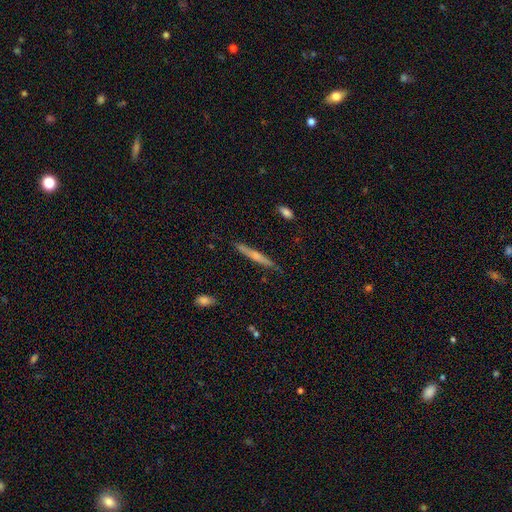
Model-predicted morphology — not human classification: This appears to be a featured or disk galaxy (48%). Merging: none (87%).